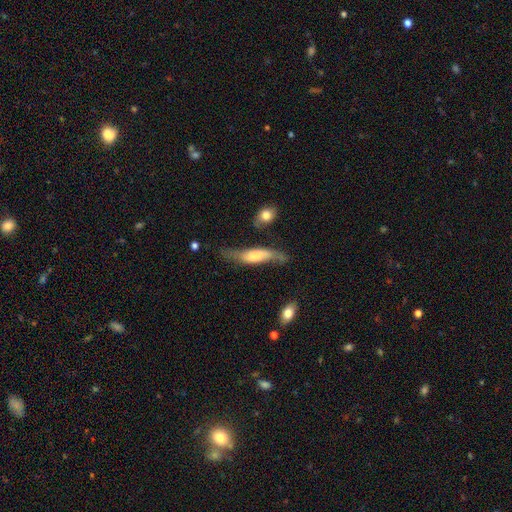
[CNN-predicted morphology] type=featured or disk (47%); merging=none (48%).